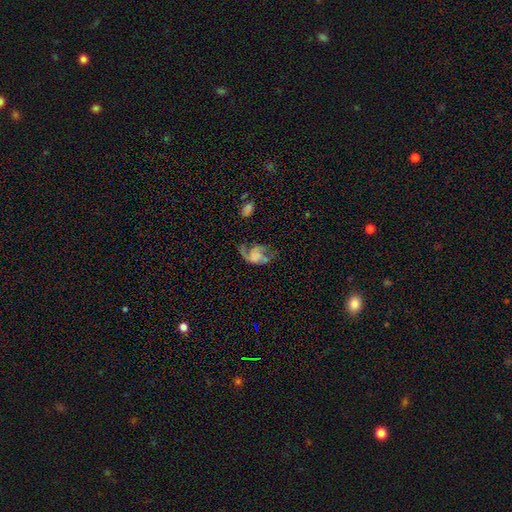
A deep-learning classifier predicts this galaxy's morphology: Overall: featured or disk (63%; smooth 26%). Edge-on disk: no (98%). Bar: no (76%). Spiral arms: yes (73%). Bulge size: none (63%). Merging: major disturbance (42%; none 30%).